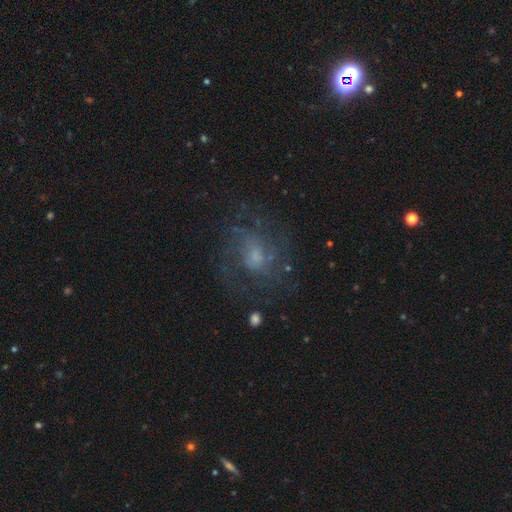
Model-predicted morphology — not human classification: Smooth or featured: featured or disk — 69% (smooth — 18%)
Edge-on disk: no — 97% (yes — 3%)
Bar: no — 63% (weak — 32%)
Spiral arms: yes — 85% (no — 15%)
Spiral winding: medium — 46% (tight — 32%)
Spiral arm count: can't tell — 40% (2 — 24%)
Bulge size: small — 39% (moderate — 38%)
Merging: none — 66% (minor disturbance — 16%)